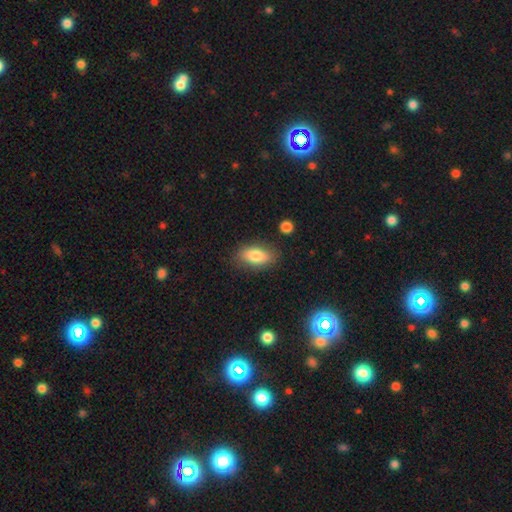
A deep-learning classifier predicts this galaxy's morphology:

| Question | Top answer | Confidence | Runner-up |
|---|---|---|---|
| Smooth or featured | smooth | 79% | featured or disk (13%) |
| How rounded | in between | 87% | cigar-shaped (8%) |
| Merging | none | 82% | minor disturbance (13%) |